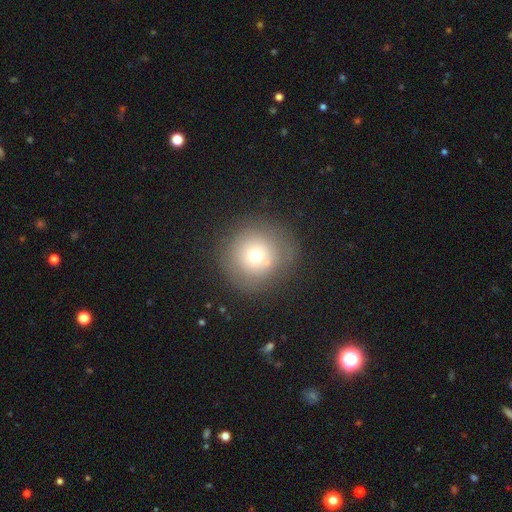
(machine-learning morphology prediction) Smooth or featured? smooth (65%)
How rounded? round (94%)
Merging? none (76%)